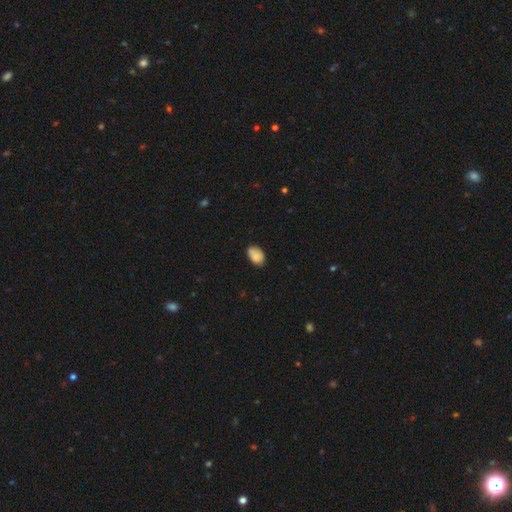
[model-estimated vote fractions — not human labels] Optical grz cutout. It shows a smooth galaxy with no disk features (86%) that is in between round and cigar-shaped (89%). Merging: none (70%).